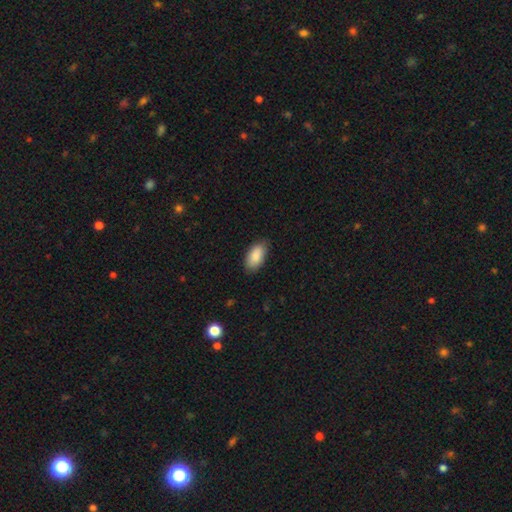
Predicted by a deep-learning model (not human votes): smooth-or-featured: smooth: 89% | star or artifact: 6% | featured or disk: 5%
  how-rounded: in between: 94% | cigar-shaped: 4% | round: 3%
  merging: none: 81% | minor disturbance: 15% | major disturbance: 3% | merger: 1%